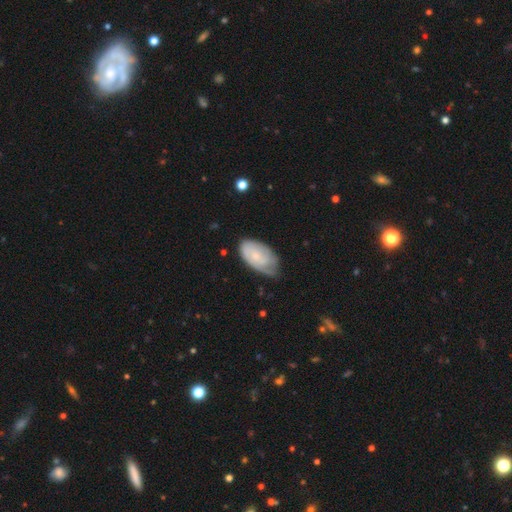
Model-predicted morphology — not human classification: smooth_or_featured: featured or disk (p=0.51) [alt: smooth p=0.43]
disk_edge_on: no (p=0.95) [alt: yes p=0.05]
merging: none (p=0.54) [alt: minor disturbance p=0.34]